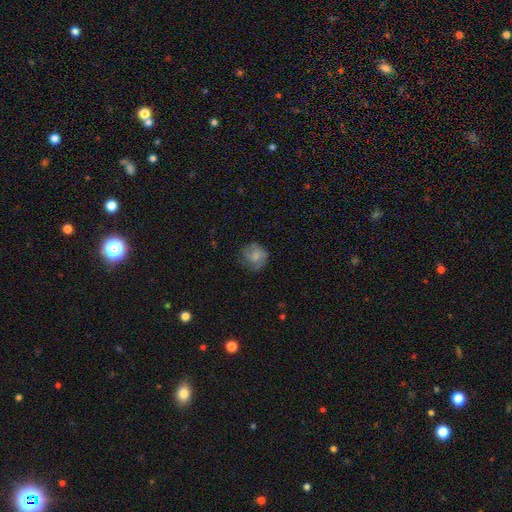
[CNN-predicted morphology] The model was most divided on "smooth or featured": smooth: 59%, featured or disk: 32%, star or artifact: 8%. More confident: how rounded — round (81%); merging — none (66%).